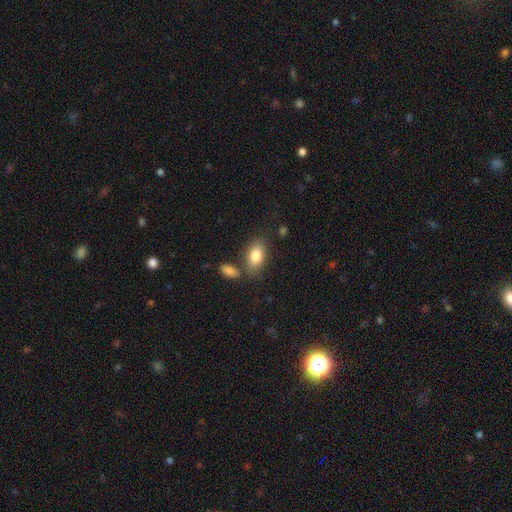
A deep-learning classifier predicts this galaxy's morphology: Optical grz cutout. It shows a smooth galaxy with no disk features (82%) that is in between round and cigar-shaped (90%). Merging: none (71%).